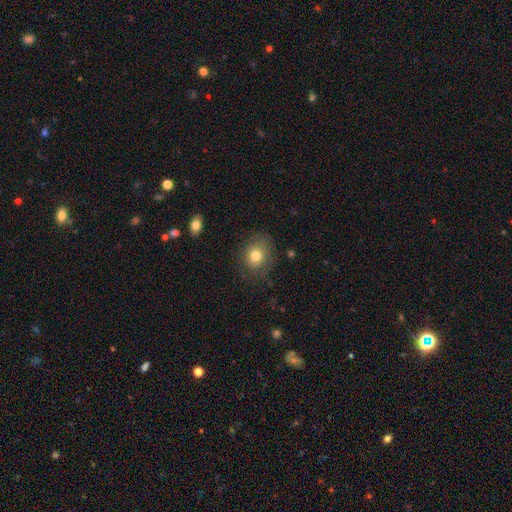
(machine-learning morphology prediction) The model was most divided on "how rounded": round: 62%, in between: 37%, cigar-shaped: 1%. More confident: smooth or featured — smooth (78%); merging — none (73%).